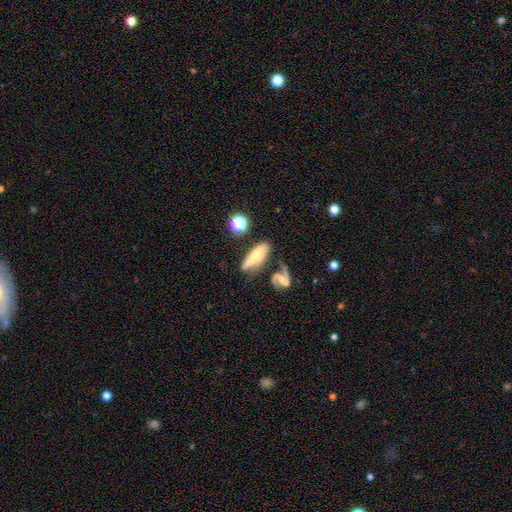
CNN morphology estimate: A featured or disk galaxy (50%).

Vote fractions:
- Smooth or featured? featured or disk: 50% / smooth: 41% / star or artifact: 9%
- Merging? none: 45% / minor disturbance: 21% / merger: 20% / major disturbance: 13%